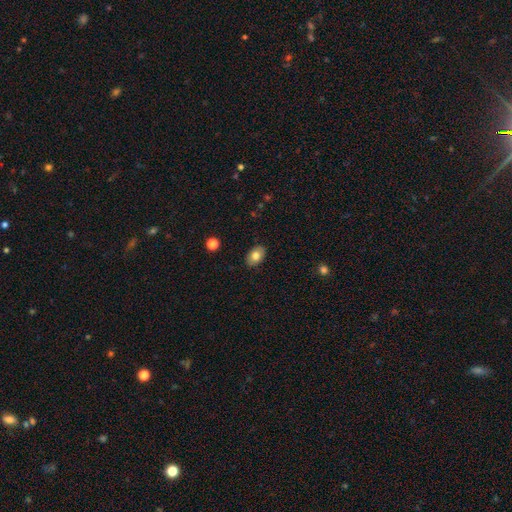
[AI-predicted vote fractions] This appears to be a smooth galaxy with no disk features (79%) that is in between round and cigar-shaped (85%). Merging: none (87%).